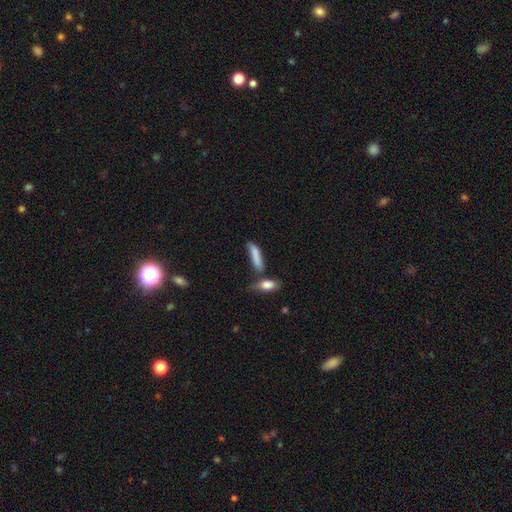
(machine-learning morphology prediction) This is clearly a smooth galaxy (80%). How rounded: likely cigar-shaped (67%). Merging: possibly none (48%).